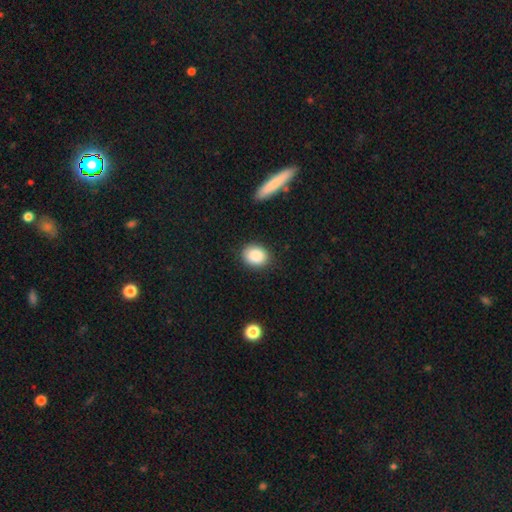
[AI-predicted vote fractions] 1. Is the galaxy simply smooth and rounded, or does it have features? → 88% smooth, 8% star or artifact, 4% featured or disk.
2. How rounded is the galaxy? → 50% in between, 49% round, 1% cigar-shaped.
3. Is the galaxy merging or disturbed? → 86% none, 9% minor disturbance, 3% major disturbance, 2% merger.